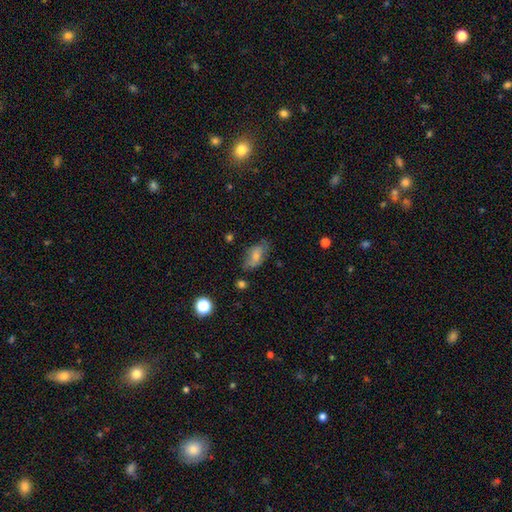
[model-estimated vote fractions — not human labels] smooth-or-featured: smooth: 66% | featured or disk: 25% | star or artifact: 8%
  how-rounded: in between: 90% | round: 6% | cigar-shaped: 4%
  merging: none: 62% | minor disturbance: 26% | major disturbance: 9% | merger: 3%